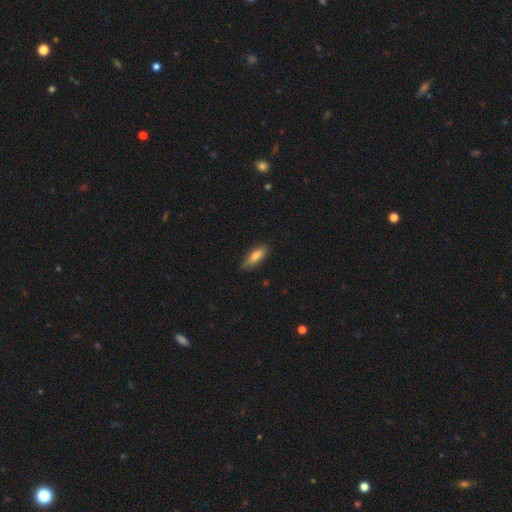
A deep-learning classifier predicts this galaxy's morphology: type=smooth (74%); roundness=in between (50%); merging=none (74%).